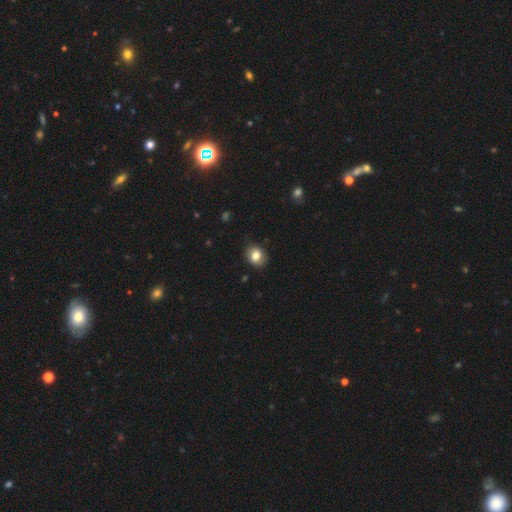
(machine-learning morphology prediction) Smooth or featured: smooth — 80% (featured or disk — 12%)
How rounded: round — 59% (in between — 41%)
Merging: none — 82% (minor disturbance — 14%)